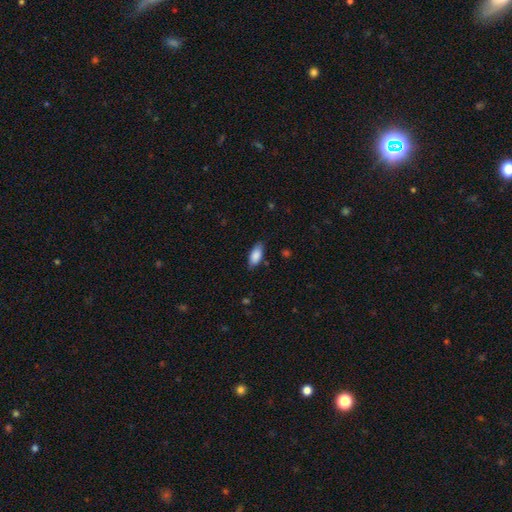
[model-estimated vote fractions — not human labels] Smooth or featured? smooth (86%)
How rounded? in between (88%)
Merging? none (79%)